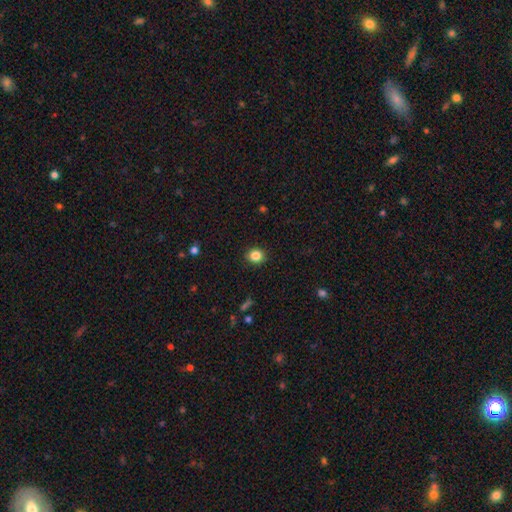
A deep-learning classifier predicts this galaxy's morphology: smooth 85%, star or artifact 11%, featured or disk 4%. Down the decision tree: how rounded — round (80%); merging — none (91%).